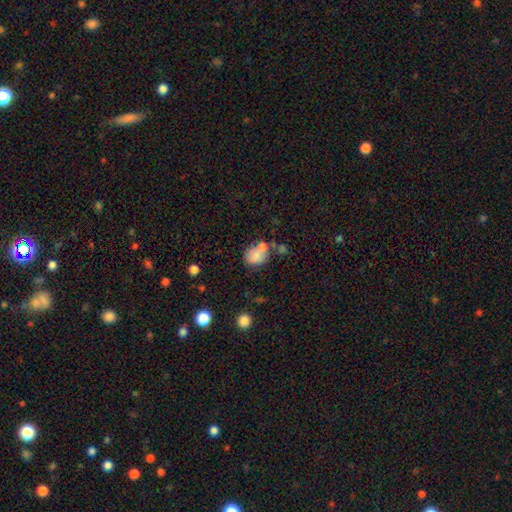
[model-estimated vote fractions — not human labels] The model was most divided on "merging": none: 39%, merger: 32%, minor disturbance: 18%, major disturbance: 10%. More confident: smooth or featured — smooth (71%); how rounded — round (56%).